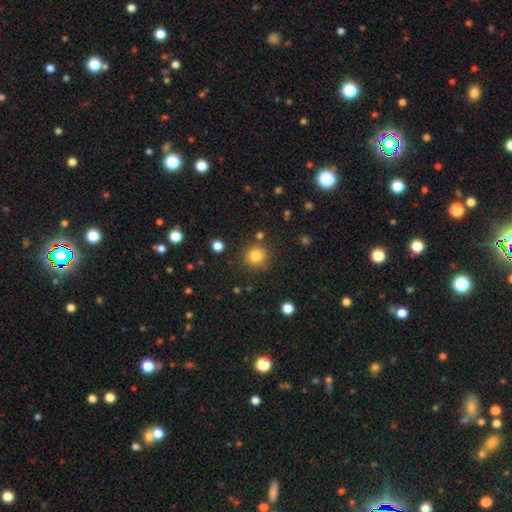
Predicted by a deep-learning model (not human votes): Q: Smooth or featured?
A: smooth (83%); runner-up: star or artifact (12%)
Q: How rounded?
A: round (91%); runner-up: in between (8%)
Q: Merging?
A: none (85%); runner-up: minor disturbance (8%)